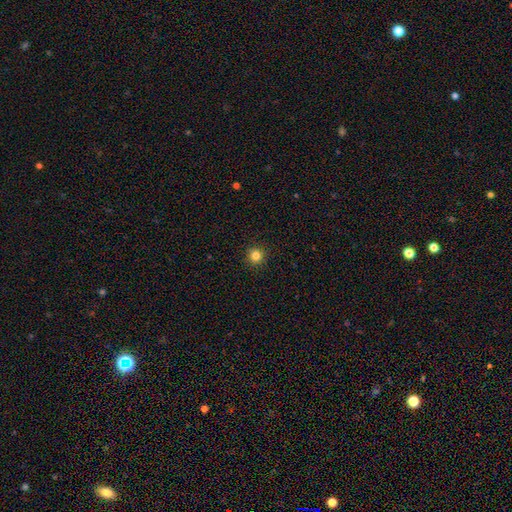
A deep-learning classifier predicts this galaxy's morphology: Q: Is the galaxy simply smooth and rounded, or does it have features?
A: smooth — 83%.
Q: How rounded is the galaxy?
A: round — 95%.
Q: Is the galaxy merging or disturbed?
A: none — 92%.